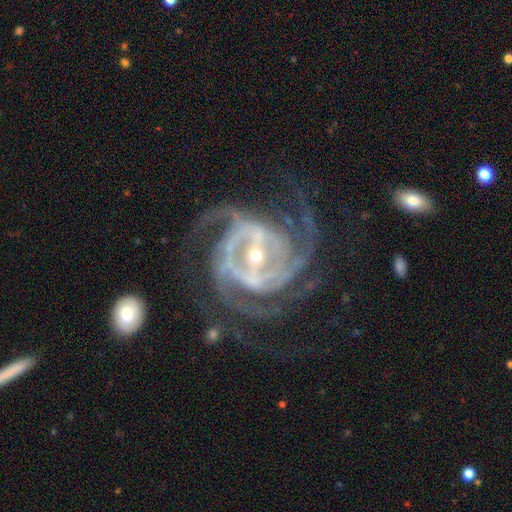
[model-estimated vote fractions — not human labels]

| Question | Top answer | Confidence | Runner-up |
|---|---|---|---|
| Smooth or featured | featured or disk | 93% | star or artifact (5%) |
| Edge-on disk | no | 97% | yes (3%) |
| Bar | strong | 66% | weak (24%) |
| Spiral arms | yes | 98% | no (2%) |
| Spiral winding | medium | 48% | tight (42%) |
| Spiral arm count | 3 | 32% | 2 (31%) |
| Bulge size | small | 72% | moderate (24%) |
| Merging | none | 63% | major disturbance (18%) |